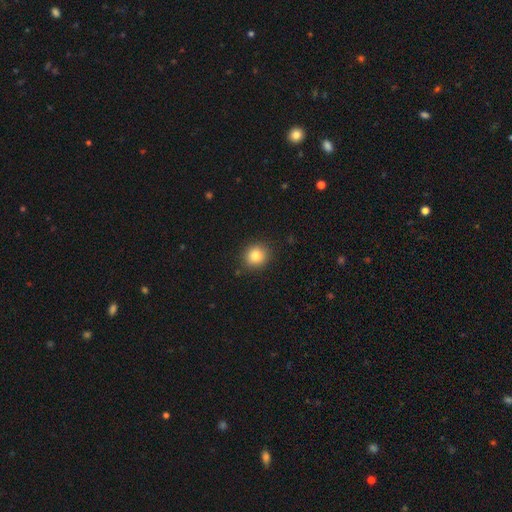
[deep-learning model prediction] The model was most divided on "how rounded": round: 83%, in between: 16%, cigar-shaped: 1%. More confident: merging — none (89%); smooth or featured — smooth (82%).